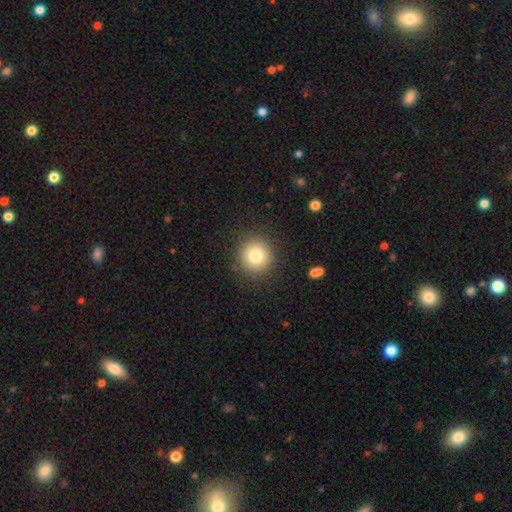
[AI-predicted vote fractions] smooth 81%, star or artifact 10%, featured or disk 9%. Down the decision tree: how rounded — round (93%); merging — none (89%).